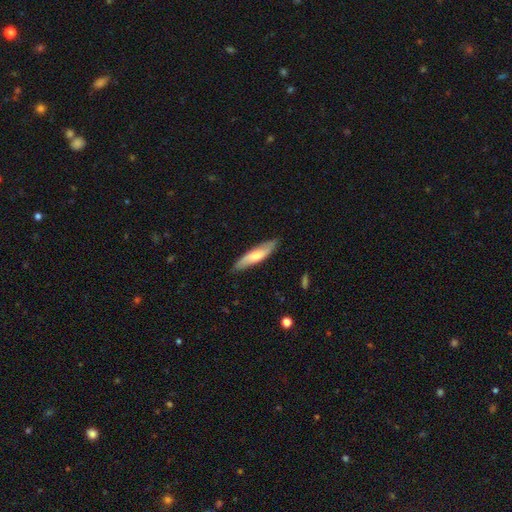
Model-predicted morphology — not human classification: smooth_or_featured: smooth (p=0.62) [alt: featured or disk p=0.33]
how_rounded: cigar-shaped (p=0.75) [alt: in between p=0.24]
merging: none (p=0.84) [alt: minor disturbance p=0.13]